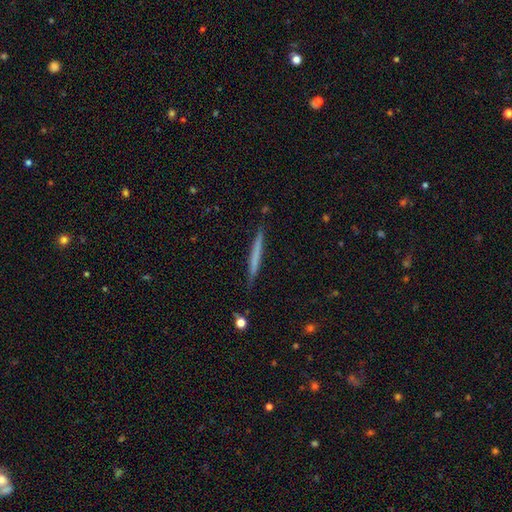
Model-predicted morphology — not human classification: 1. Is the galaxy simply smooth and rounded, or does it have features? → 57% smooth, 38% featured or disk, 6% star or artifact.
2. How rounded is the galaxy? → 97% cigar-shaped, 2% in between, 1% round.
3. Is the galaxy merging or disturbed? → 89% none, 8% minor disturbance, 1% major disturbance, 1% merger.